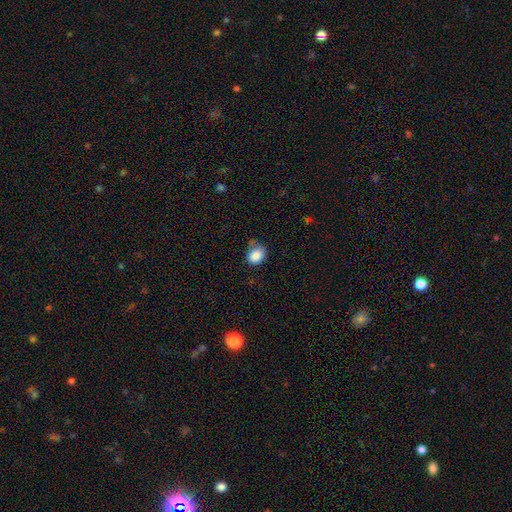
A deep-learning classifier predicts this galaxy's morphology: Overall: smooth (86%). How rounded: round (58%; in between 41%). Merging: none (58%; minor disturbance 28%).